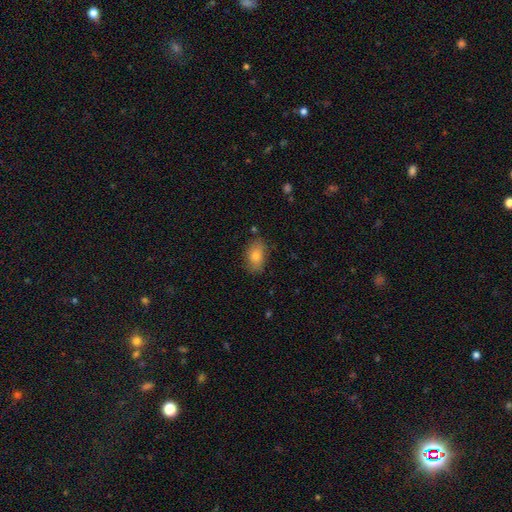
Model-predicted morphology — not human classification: Q: Smooth or featured?
A: smooth (76%); runner-up: featured or disk (14%)
Q: How rounded?
A: in between (82%); runner-up: round (16%)
Q: Merging?
A: none (80%); runner-up: minor disturbance (15%)